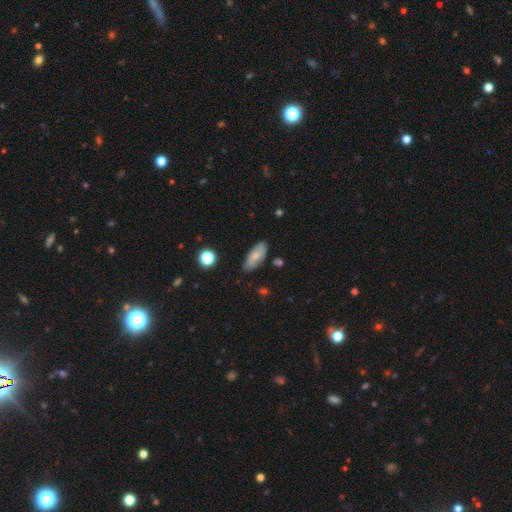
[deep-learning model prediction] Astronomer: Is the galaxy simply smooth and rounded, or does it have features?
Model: smooth — 71%.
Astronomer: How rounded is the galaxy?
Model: in between — 82%.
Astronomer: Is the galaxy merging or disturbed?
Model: none — 79%.